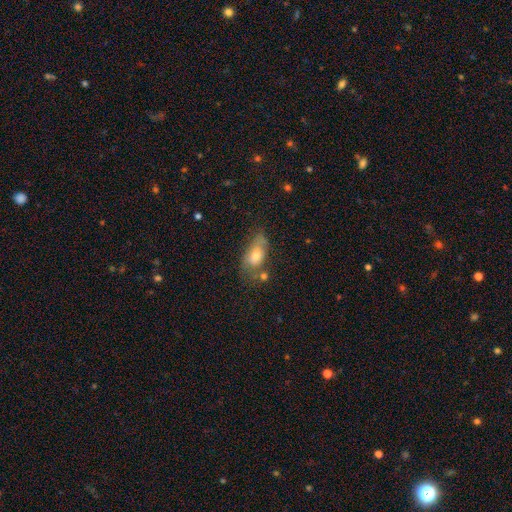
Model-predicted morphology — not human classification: Overall: smooth (60%; featured or disk 30%). How rounded: in between (83%). Merging: none (45%; minor disturbance 28%).